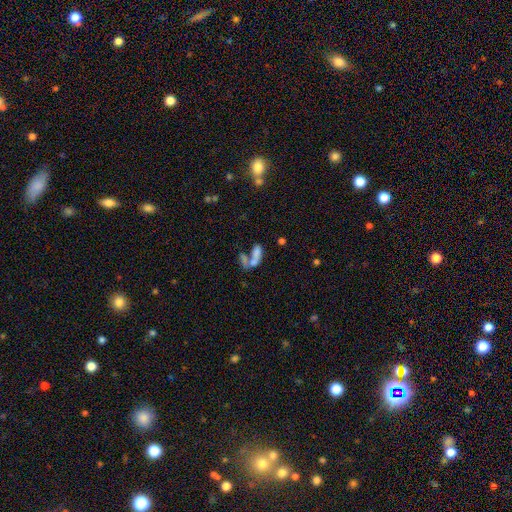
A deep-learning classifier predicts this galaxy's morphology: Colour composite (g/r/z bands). It shows a smooth galaxy with no disk features (63%) that is in between round and cigar-shaped (80%). Merging: merger (63%).